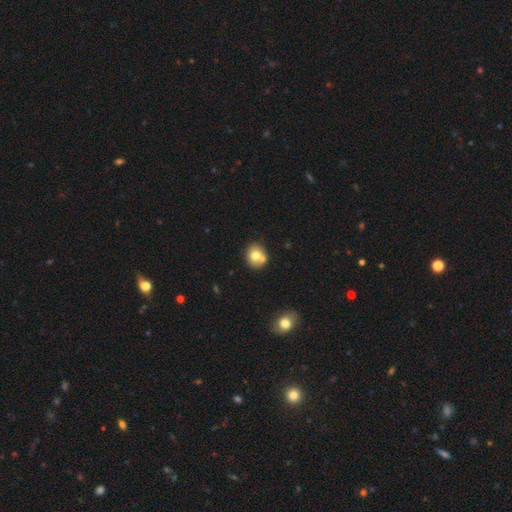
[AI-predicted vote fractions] A smooth galaxy with no disk features (72%) that is round (75%). Merging: none (62%).